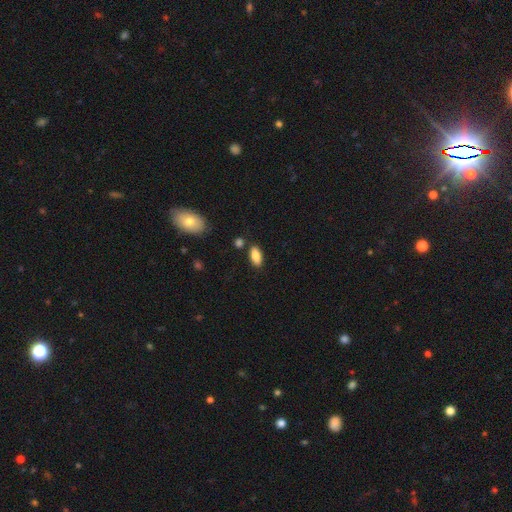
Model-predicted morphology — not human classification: Smooth or featured: smooth — 85% (featured or disk — 8%)
How rounded: in between — 88% (cigar-shaped — 10%)
Merging: none — 81% (minor disturbance — 12%)